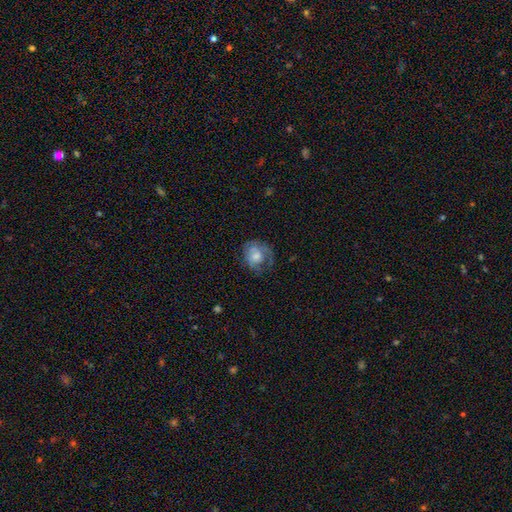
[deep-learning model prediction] Smooth or featured?
  - smooth: 51% *
  - featured or disk: 41%
  - star or artifact: 9%
How rounded?
  - round: 61% *
  - in between: 38%
  - cigar-shaped: 1%
Merging?
  - none: 50% *
  - minor disturbance: 25%
  - major disturbance: 24%
  - merger: 2%